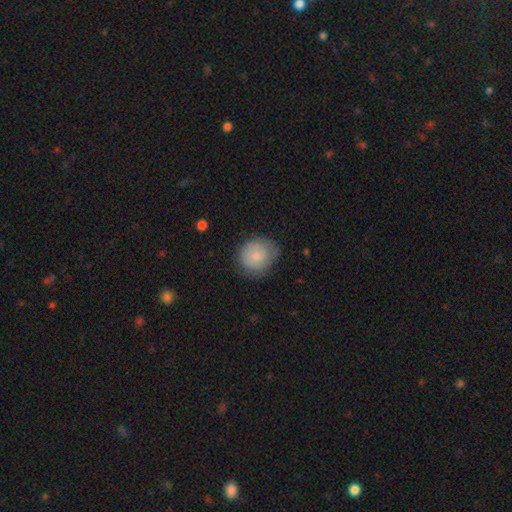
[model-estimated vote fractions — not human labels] This appears to be a smooth galaxy with no disk features (77%) that is round (82%). Merging: none (67%).